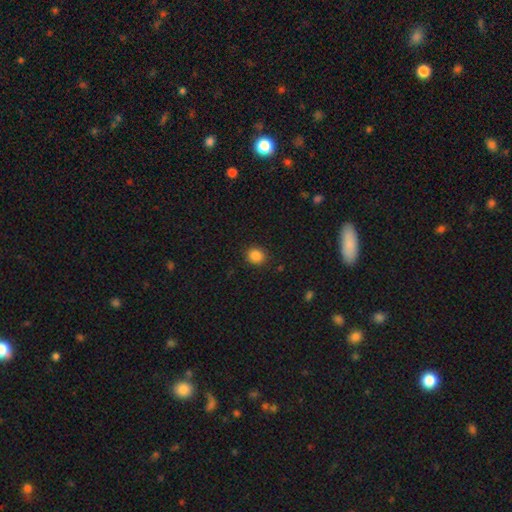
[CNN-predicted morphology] smooth_or_featured: smooth (p=0.86) [alt: star or artifact p=0.11]
how_rounded: round (p=0.82) [alt: in between p=0.18]
merging: none (p=0.89) [alt: minor disturbance p=0.07]